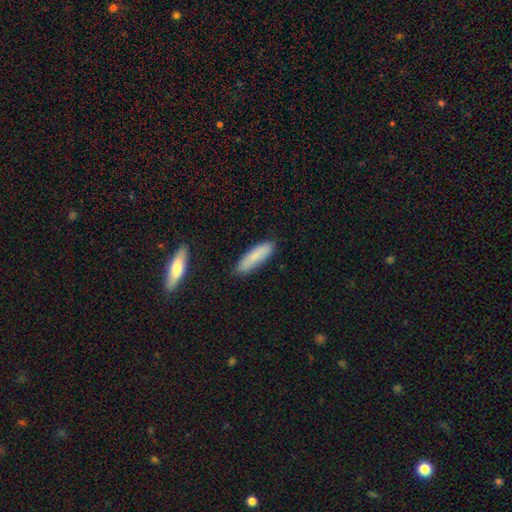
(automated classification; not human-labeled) smooth 82%, featured or disk 12%, star or artifact 6%. Down the decision tree: how rounded — cigar-shaped (61%); merging — none (81%).